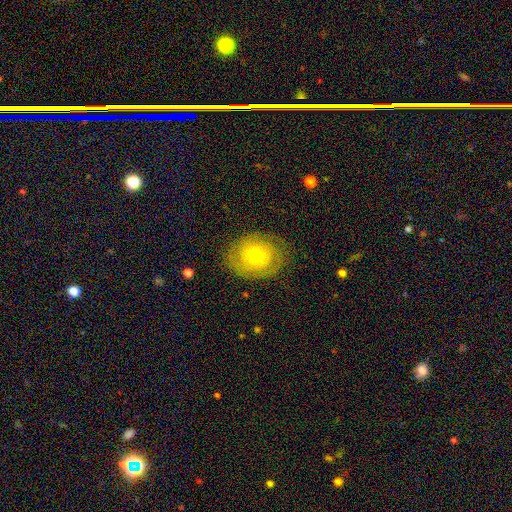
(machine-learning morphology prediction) smooth-or-featured: featured or disk: 48% | smooth: 44% | star or artifact: 8%
  merging: none: 78% | minor disturbance: 15% | major disturbance: 6% | merger: 1%